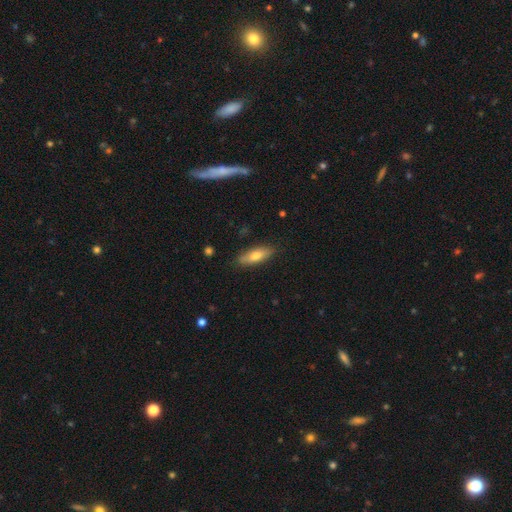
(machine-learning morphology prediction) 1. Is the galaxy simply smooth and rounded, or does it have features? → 70% smooth, 24% featured or disk, 6% star or artifact.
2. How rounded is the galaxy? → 49% in between, 48% cigar-shaped, 2% round.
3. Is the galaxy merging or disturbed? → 86% none, 11% minor disturbance, 2% major disturbance, 1% merger.